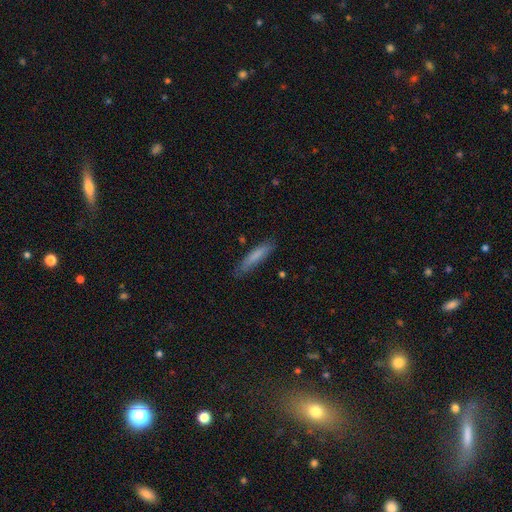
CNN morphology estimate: Overall: smooth (77%). How rounded: cigar-shaped (88%). Merging: none (79%).